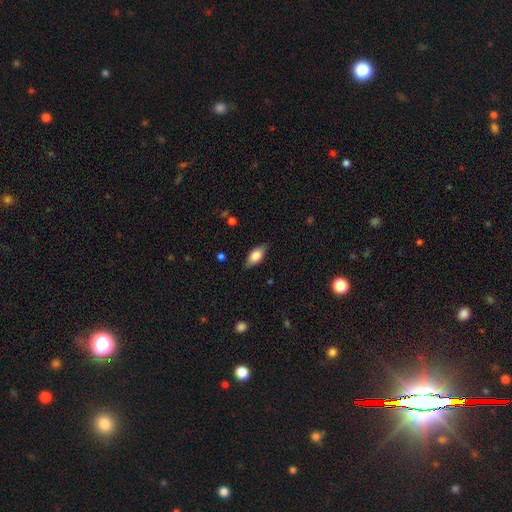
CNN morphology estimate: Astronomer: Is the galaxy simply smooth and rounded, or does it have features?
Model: smooth — 65%.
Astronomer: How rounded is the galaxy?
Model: in between — 84%.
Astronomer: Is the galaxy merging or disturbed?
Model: none — 83%.